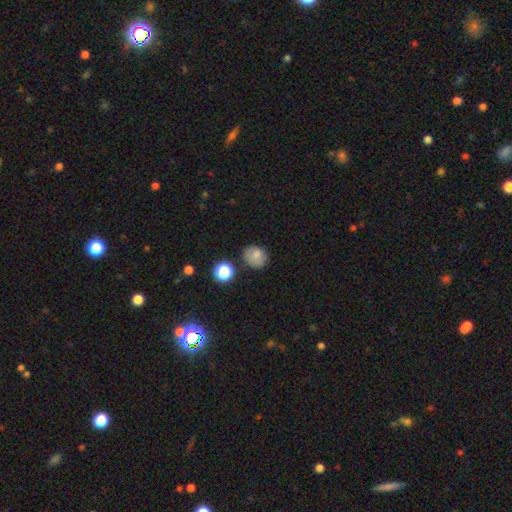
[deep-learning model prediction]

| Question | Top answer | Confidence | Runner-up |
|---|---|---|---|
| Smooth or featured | smooth | 78% | star or artifact (12%) |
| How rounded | round | 66% | in between (33%) |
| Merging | none | 68% | minor disturbance (21%) |